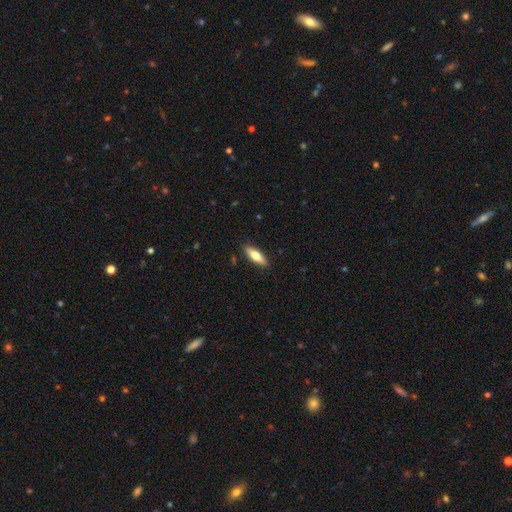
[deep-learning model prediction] This is likely a smooth galaxy (64%). How rounded: possibly cigar-shaped (52%). Merging: clearly none (89%).